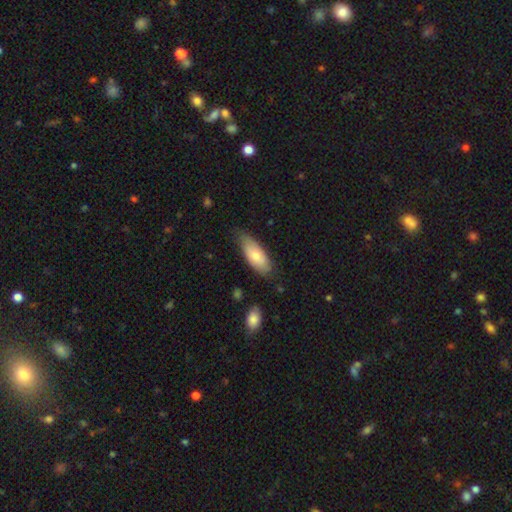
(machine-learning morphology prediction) type=smooth (72%); roundness=in between (83%); merging=none (64%).